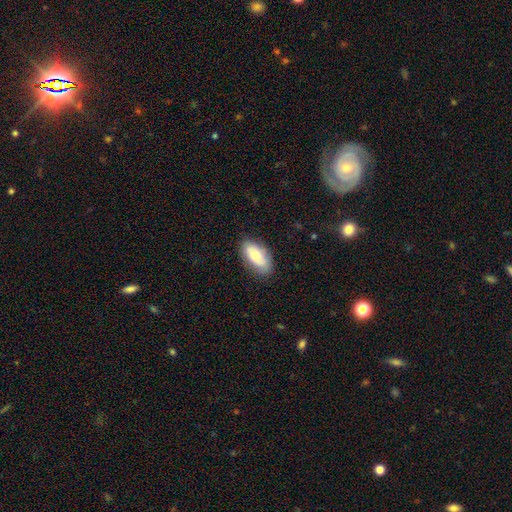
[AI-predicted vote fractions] Morphology: type=smooth (74%); roundness=in between (92%); merging=none (81%).